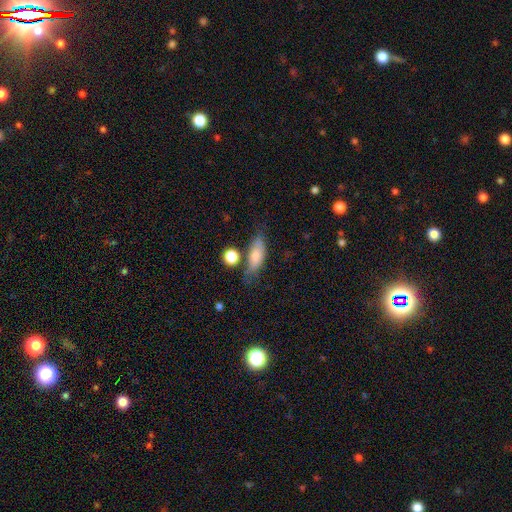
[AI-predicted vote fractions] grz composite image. It shows a smooth galaxy with no disk features (77%) that is in between round and cigar-shaped (70%). Merging: none (58%).